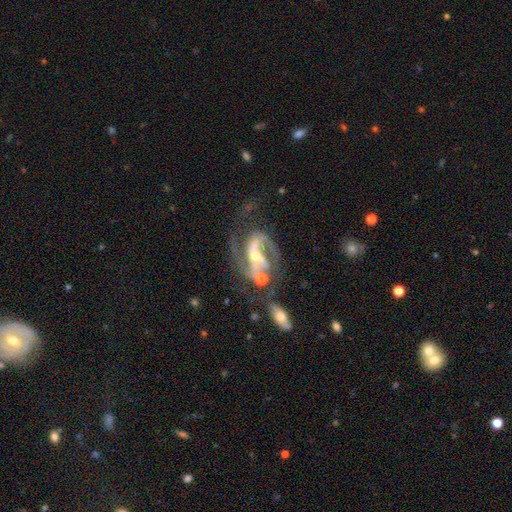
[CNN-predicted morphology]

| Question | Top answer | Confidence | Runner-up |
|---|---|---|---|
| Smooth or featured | featured or disk | 88% | star or artifact (7%) |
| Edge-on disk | no | 97% | yes (3%) |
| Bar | strong | 45% | weak (35%) |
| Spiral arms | yes | 94% | no (6%) |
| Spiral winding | medium | 53% | loose (27%) |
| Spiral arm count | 2 | 74% | 3 (8%) |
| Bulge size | small | 50% | moderate (38%) |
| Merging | none | 38% | major disturbance (26%) |